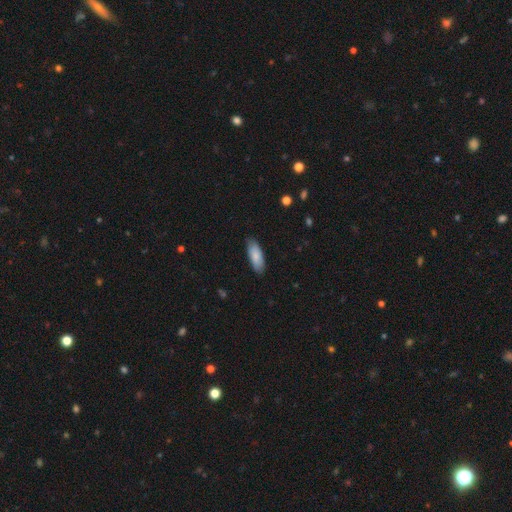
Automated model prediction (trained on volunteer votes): A smooth galaxy with no disk features (84%) that is in between round and cigar-shaped (75%). Merging: none (83%).